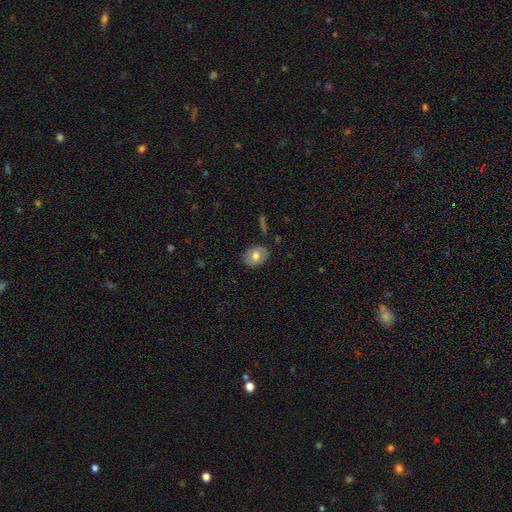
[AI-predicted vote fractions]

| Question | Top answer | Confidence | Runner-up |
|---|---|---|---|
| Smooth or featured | smooth | 63% | featured or disk (30%) |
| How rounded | in between | 64% | round (34%) |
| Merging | none | 84% | minor disturbance (12%) |